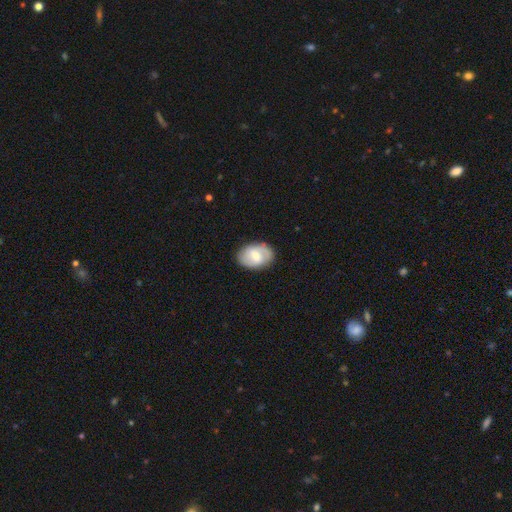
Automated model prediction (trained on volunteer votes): This appears to be a featured or disk galaxy (48%). Merging: none (84%).